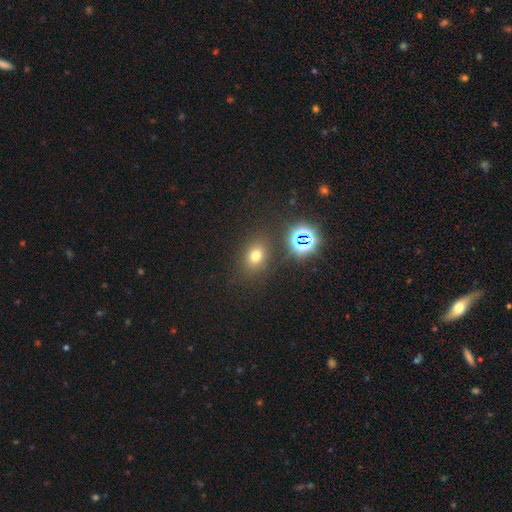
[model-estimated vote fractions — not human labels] This is likely a smooth galaxy (65%). How rounded: possibly in between (55%). Merging: clearly none (81%).